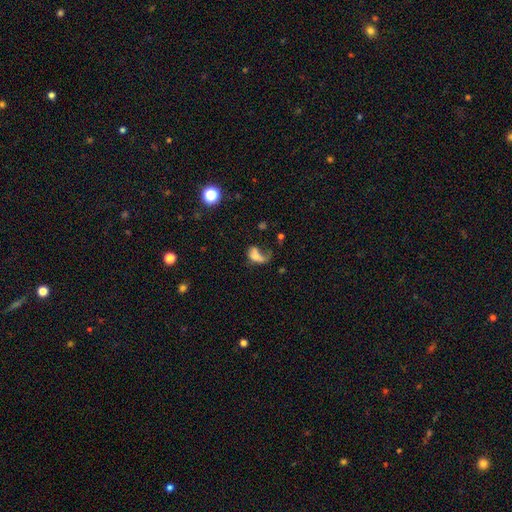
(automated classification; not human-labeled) Smooth or featured: smooth — 54% (featured or disk — 32%)
How rounded: in between — 80% (round — 14%)
Merging: major disturbance — 47% (merger — 20%)